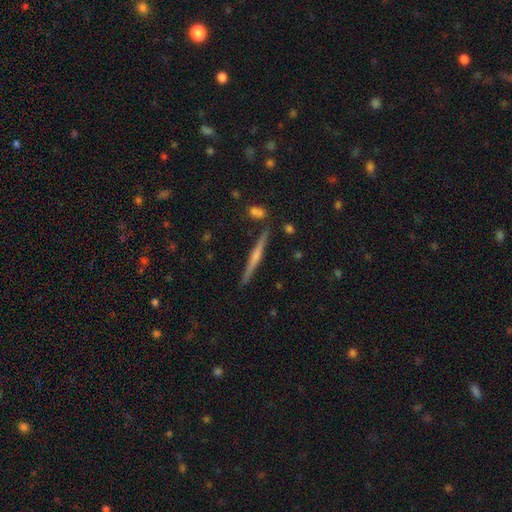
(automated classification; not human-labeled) Smooth or featured?
  - featured or disk: 70% *
  - smooth: 24%
  - star or artifact: 7%
Edge-on disk?
  - yes: 98% *
  - no: 2%
Edge-on bulge?
  - rounded: 65% *
  - none: 25%
  - boxy: 10%
Merging?
  - none: 89% *
  - minor disturbance: 7%
  - merger: 2%
  - major disturbance: 1%